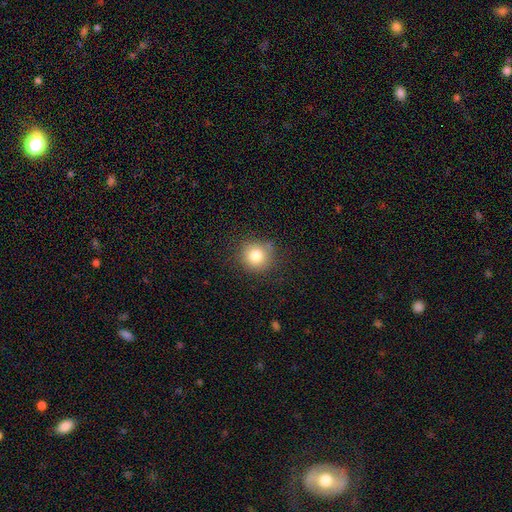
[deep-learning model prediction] Overall: smooth (81%). How rounded: round (91%). Merging: none (82%).